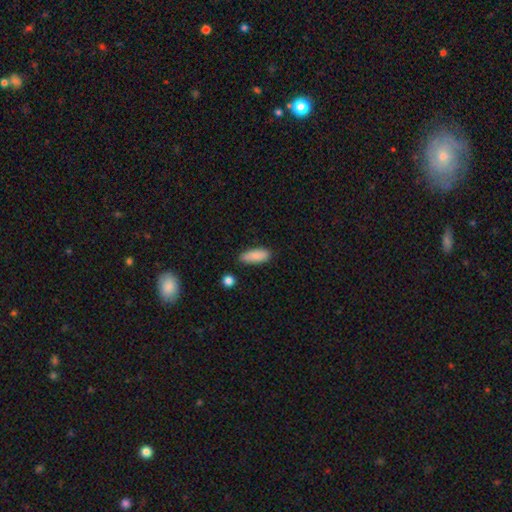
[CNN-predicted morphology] Smooth or featured? Predicted: smooth (p=0.88). How rounded? Predicted: in between (p=0.73). Merging? Predicted: none (p=0.83).